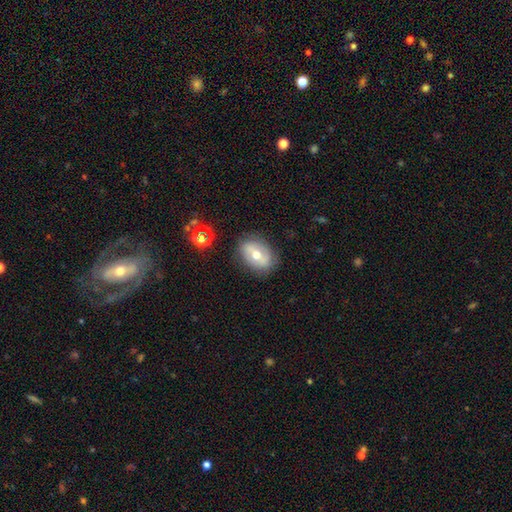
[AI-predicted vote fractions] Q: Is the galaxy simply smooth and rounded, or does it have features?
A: featured or disk — 47%.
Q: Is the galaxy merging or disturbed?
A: none — 81%.